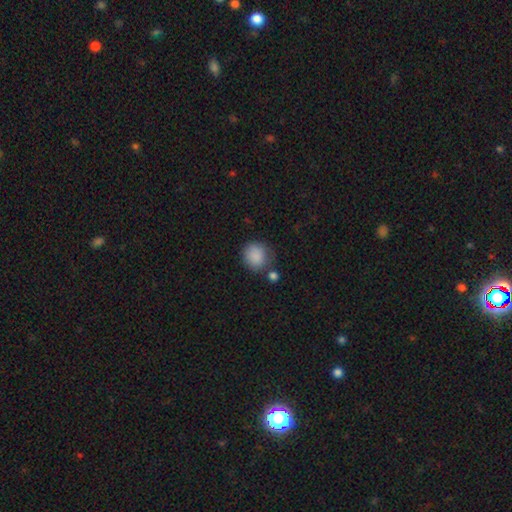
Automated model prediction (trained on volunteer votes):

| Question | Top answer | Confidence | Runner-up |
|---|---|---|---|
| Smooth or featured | smooth | 87% | star or artifact (8%) |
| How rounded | round | 84% | in between (15%) |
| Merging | none | 64% | minor disturbance (20%) |